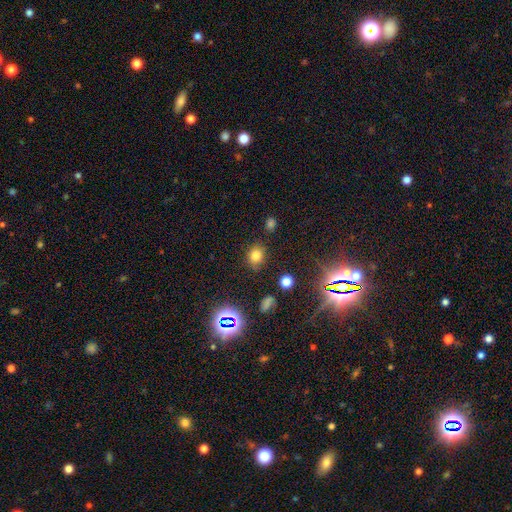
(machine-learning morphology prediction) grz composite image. It shows a smooth galaxy with no disk features (73%) that is round (66%). Merging: none (80%).